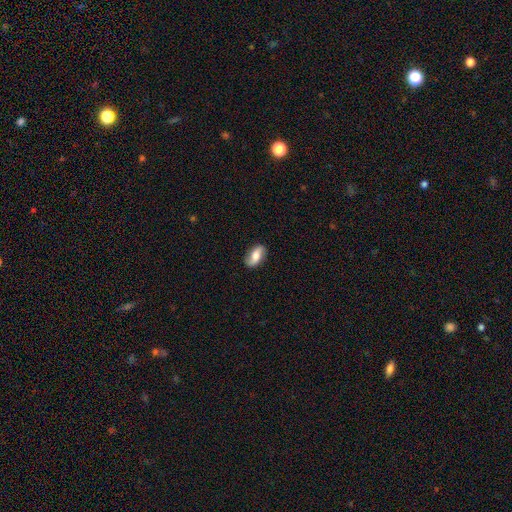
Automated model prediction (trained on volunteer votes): Overall: smooth (50%; featured or disk 42%). How rounded: in between (90%). Merging: none (81%).